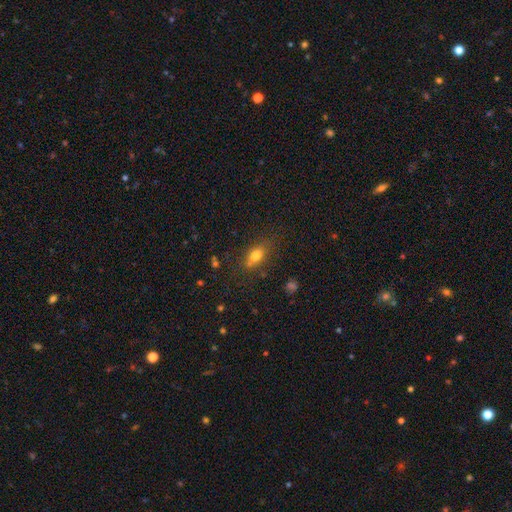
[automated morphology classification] Smooth or featured? smooth (75%)
How rounded? in between (76%)
Merging? none (72%)